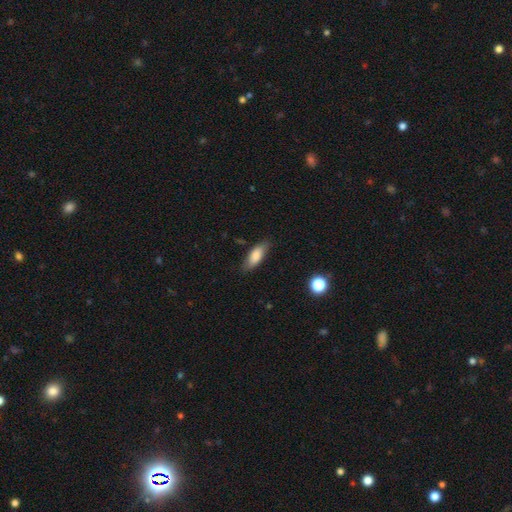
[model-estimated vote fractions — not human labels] Smooth or featured? Predicted: smooth (p=0.80). How rounded? Predicted: in between (p=0.70). Merging? Predicted: none (p=0.79).